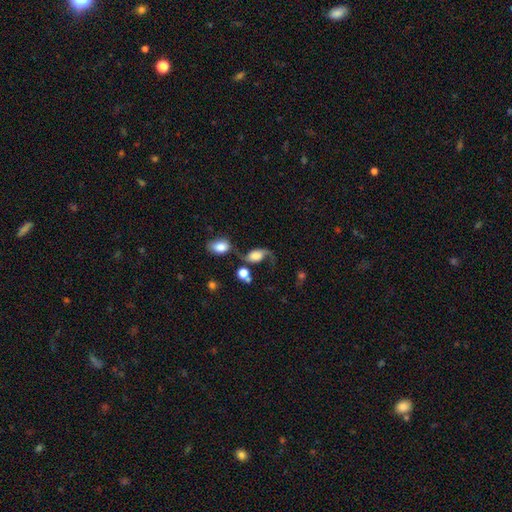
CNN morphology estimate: This is possibly a featured or disk galaxy (56%). It is clearly not viewed edge-on (95%). Bar: likely no (65%). Spiral arm pattern: clearly yes (89%). Central bulge: marginally large (31%). Merging: marginally none (40%).